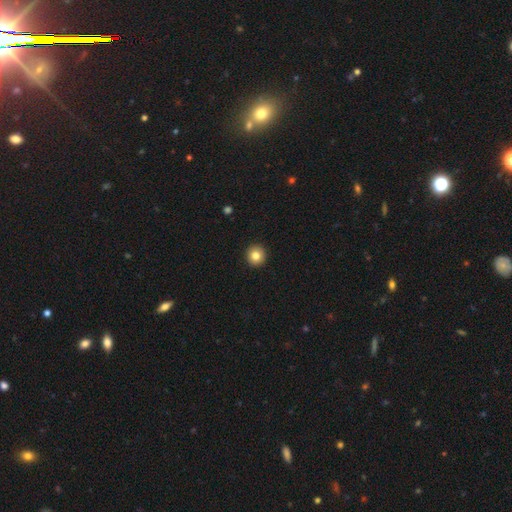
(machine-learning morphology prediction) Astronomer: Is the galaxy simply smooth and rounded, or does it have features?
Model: smooth — 83%.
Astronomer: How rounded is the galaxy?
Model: round — 95%.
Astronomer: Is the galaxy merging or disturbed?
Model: none — 93%.